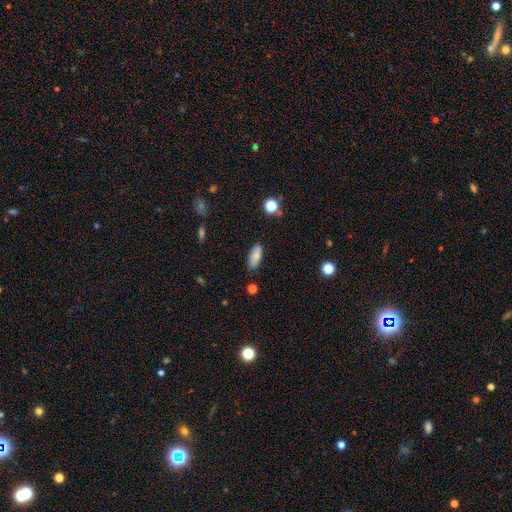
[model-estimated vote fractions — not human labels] A smooth galaxy with no disk features (81%) that is in between round and cigar-shaped (85%).

Vote fractions:
- Smooth or featured? smooth: 81% / featured or disk: 11% / star or artifact: 8%
- How rounded? in between: 85% / cigar-shaped: 13% / round: 3%
- Merging? none: 81% / minor disturbance: 15% / major disturbance: 3% / merger: 2%